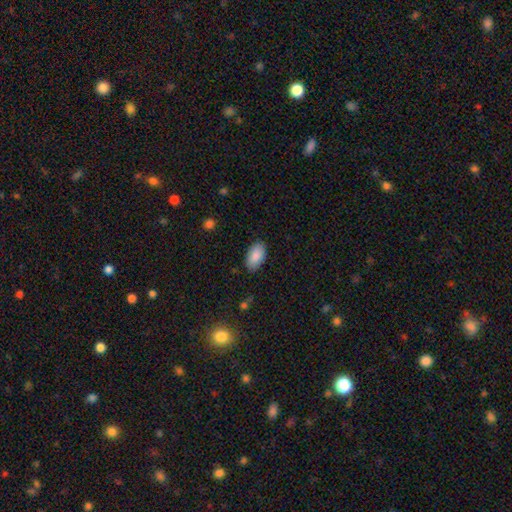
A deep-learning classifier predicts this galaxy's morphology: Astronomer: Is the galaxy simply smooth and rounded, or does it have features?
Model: smooth — 88%.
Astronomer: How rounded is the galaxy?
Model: in between — 94%.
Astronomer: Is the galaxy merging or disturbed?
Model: none — 85%.